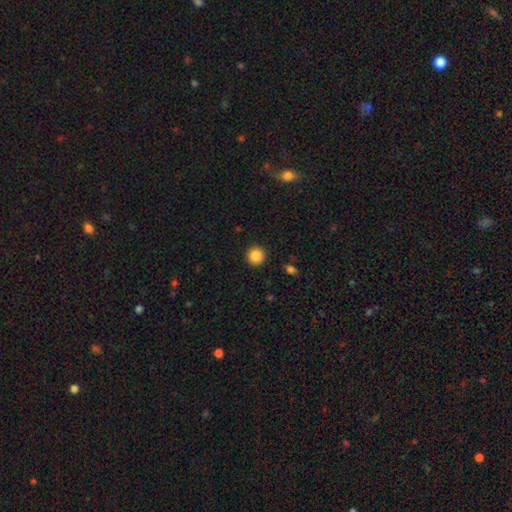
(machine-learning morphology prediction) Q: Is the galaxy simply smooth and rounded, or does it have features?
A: smooth — 86%.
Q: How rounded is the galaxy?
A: round — 94%.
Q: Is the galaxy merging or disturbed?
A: none — 92%.